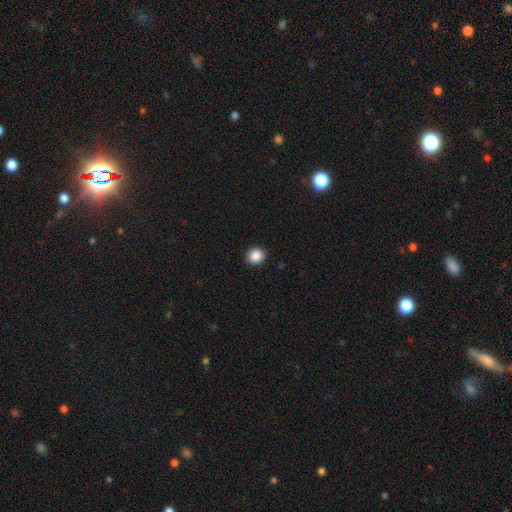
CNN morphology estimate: A smooth galaxy with no disk features (87%) that is round (85%). Merging: none (93%).